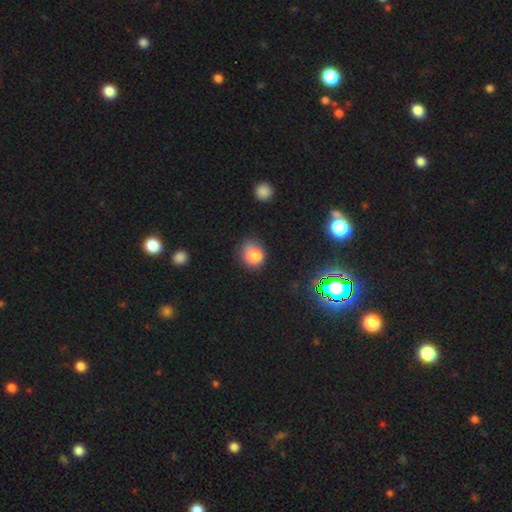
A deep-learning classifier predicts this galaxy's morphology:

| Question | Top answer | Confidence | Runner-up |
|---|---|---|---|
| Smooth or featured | smooth | 76% | star or artifact (15%) |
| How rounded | round | 66% | in between (34%) |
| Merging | none | 62% | minor disturbance (25%) |